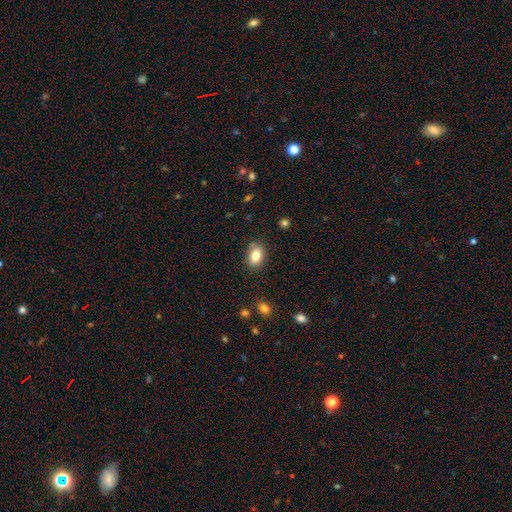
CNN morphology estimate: Overall: smooth (83%). How rounded: in between (81%). Merging: none (81%).